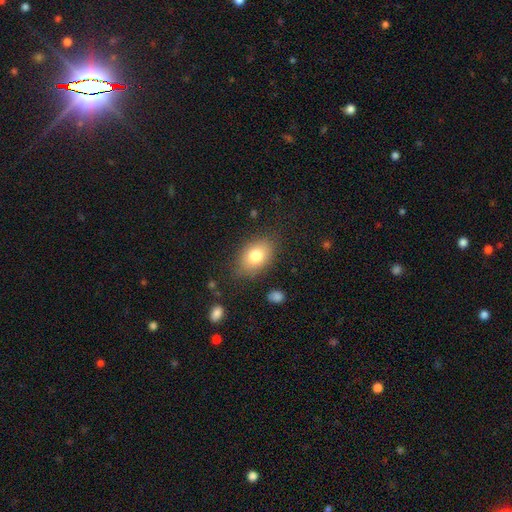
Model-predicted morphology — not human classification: This appears to be a smooth galaxy with no disk features (78%) that is in between round and cigar-shaped (81%). Merging: none (80%).